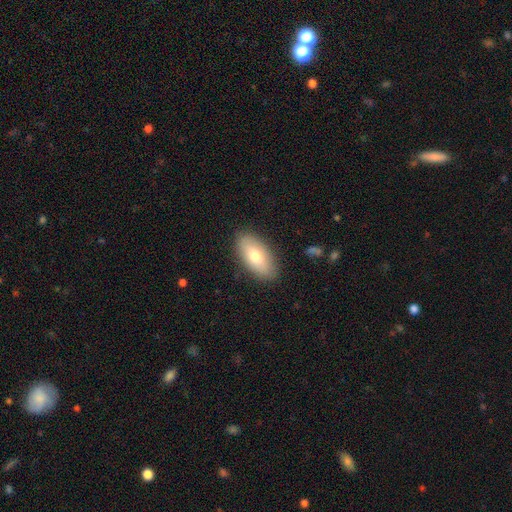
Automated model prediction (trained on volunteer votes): smooth-or-featured: smooth: 72% | featured or disk: 21% | star or artifact: 6%
  how-rounded: in between: 89% | cigar-shaped: 7% | round: 3%
  merging: none: 87% | minor disturbance: 10% | major disturbance: 2% | merger: 1%